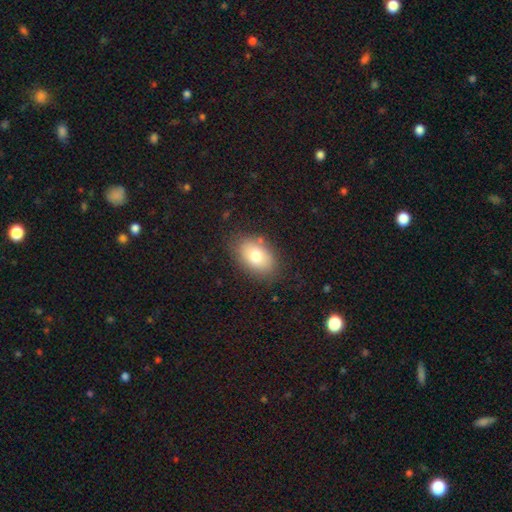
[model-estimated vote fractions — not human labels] Smooth or featured? Predicted: smooth (p=0.77). How rounded? Predicted: in between (p=0.87). Merging? Predicted: none (p=0.79).